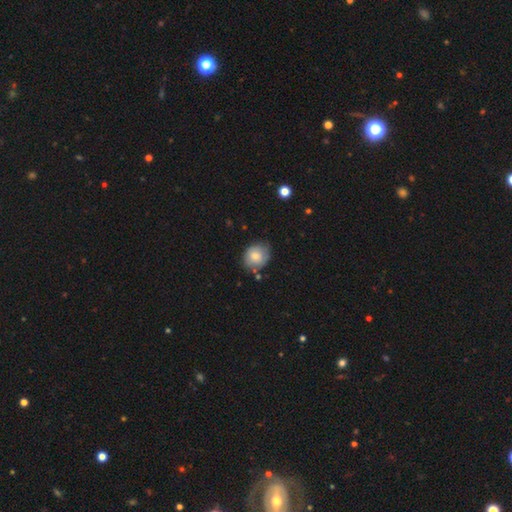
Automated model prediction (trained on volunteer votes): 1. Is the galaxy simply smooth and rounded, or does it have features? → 75% smooth, 17% featured or disk, 8% star or artifact.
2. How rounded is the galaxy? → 58% round, 41% in between, 1% cigar-shaped.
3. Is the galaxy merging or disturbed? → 70% none, 22% minor disturbance, 4% major disturbance, 4% merger.